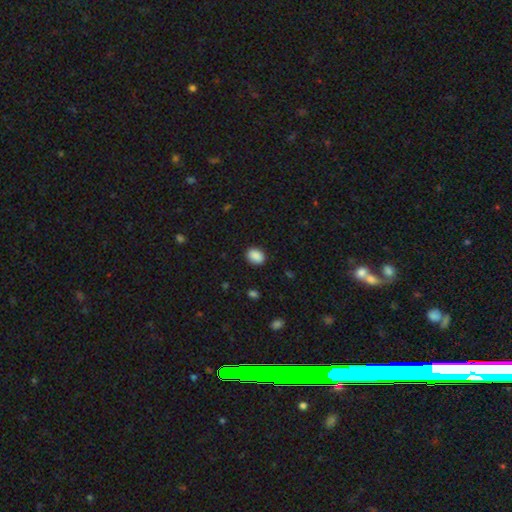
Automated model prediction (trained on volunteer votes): Smooth or featured? smooth (88%)
How rounded? in between (65%)
Merging? none (87%)